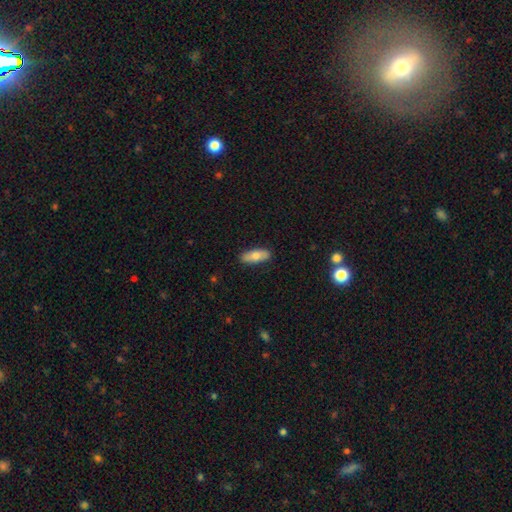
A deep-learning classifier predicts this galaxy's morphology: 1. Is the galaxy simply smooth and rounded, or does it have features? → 71% smooth, 23% featured or disk, 6% star or artifact.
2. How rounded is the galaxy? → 69% in between, 29% cigar-shaped, 3% round.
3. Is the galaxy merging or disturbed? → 88% none, 9% minor disturbance, 2% major disturbance, 1% merger.